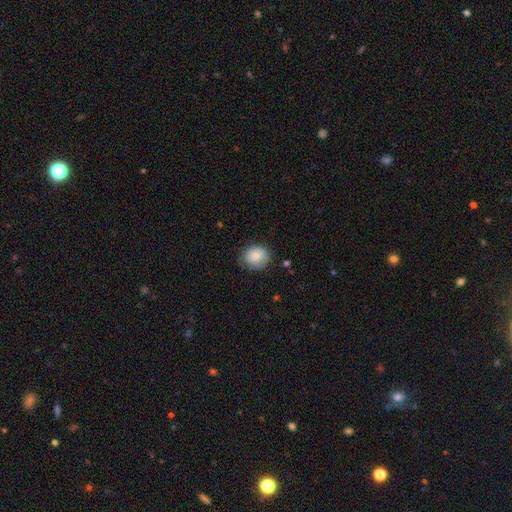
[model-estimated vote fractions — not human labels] Smooth or featured? Predicted: smooth (p=0.77). How rounded? Predicted: round (p=0.68). Merging? Predicted: none (p=0.69).